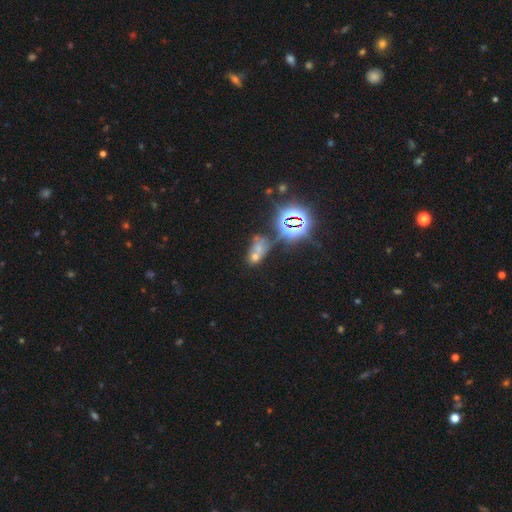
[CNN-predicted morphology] Smooth or featured? star or artifact (45%)